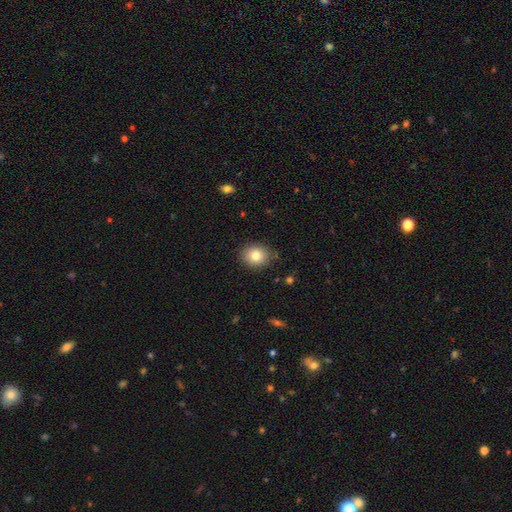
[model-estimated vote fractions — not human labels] smooth 81%, star or artifact 10%, featured or disk 9%. Down the decision tree: how rounded — round (62%); merging — none (87%).